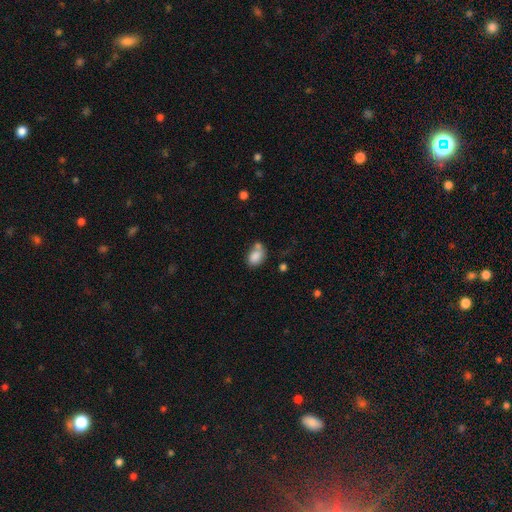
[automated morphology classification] A smooth galaxy with no disk features (82%) that is in between round and cigar-shaped (76%). Merging: none (42%).